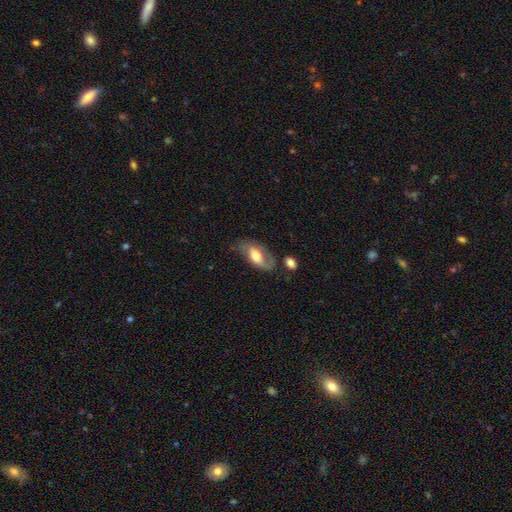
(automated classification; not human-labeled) Smooth or featured? featured or disk (49%)
Merging? none (54%)